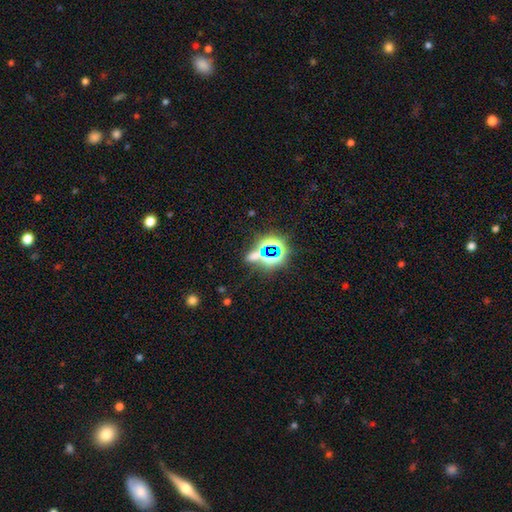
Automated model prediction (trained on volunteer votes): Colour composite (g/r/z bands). It shows a star or artifact, not a galaxy (62%).